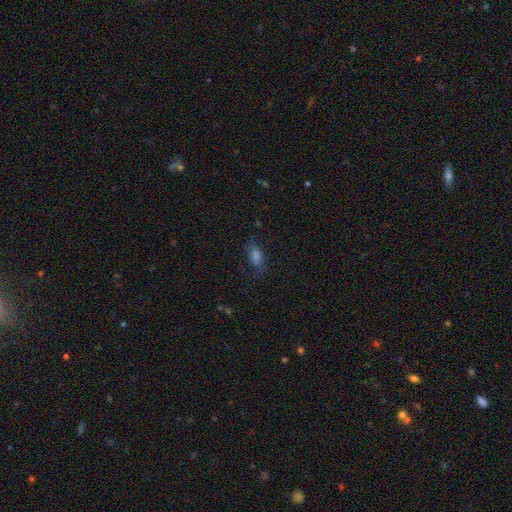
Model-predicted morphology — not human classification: Smooth or featured: smooth — 54% (star or artifact — 24%)
How rounded: in between — 71% (cigar-shaped — 21%)
Merging: none — 71% (minor disturbance — 17%)